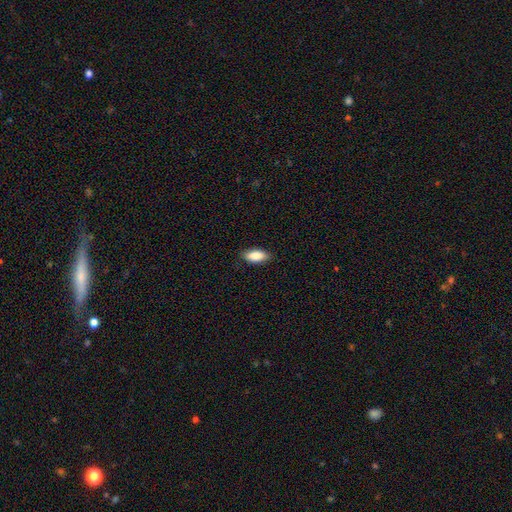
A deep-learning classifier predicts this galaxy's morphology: smooth_or_featured: smooth (p=0.85) [alt: featured or disk p=0.08]
how_rounded: in between (p=0.89) [alt: cigar-shaped p=0.09]
merging: none (p=0.87) [alt: minor disturbance p=0.10]